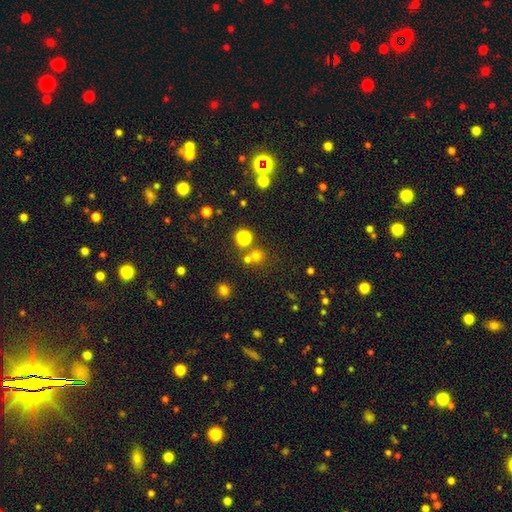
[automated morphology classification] smooth-or-featured: smooth: 68% | star or artifact: 24% | featured or disk: 8%
  how-rounded: round: 91% | in between: 8% | cigar-shaped: 1%
  merging: none: 66% | merger: 24% | minor disturbance: 7% | major disturbance: 3%